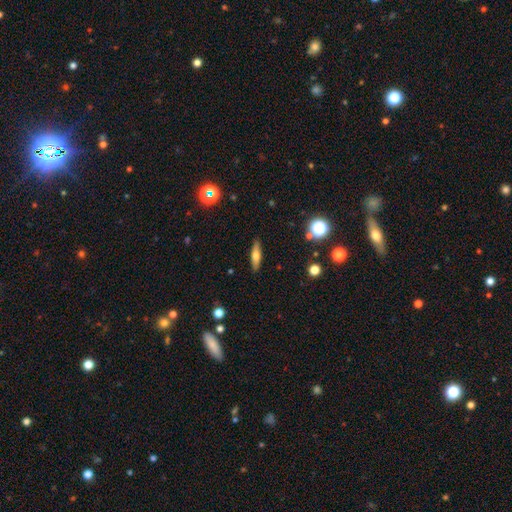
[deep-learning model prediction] smooth 59%, featured or disk 32%, star or artifact 9%. Down the decision tree: how rounded — cigar-shaped (64%); merging — none (89%).